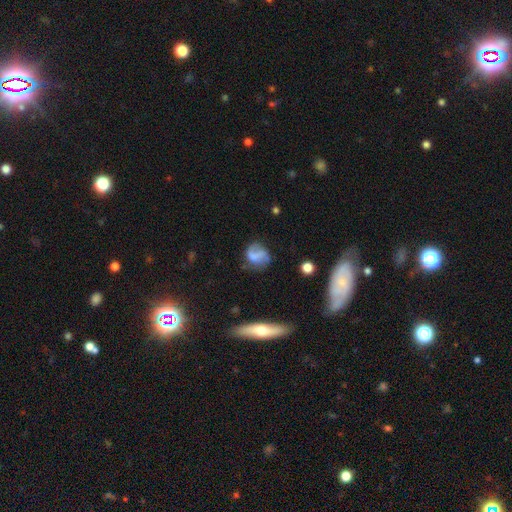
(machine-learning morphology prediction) The model was most divided on "smooth or featured": smooth: 48%, featured or disk: 42%, star or artifact: 10%. More confident: merging — none (54%).